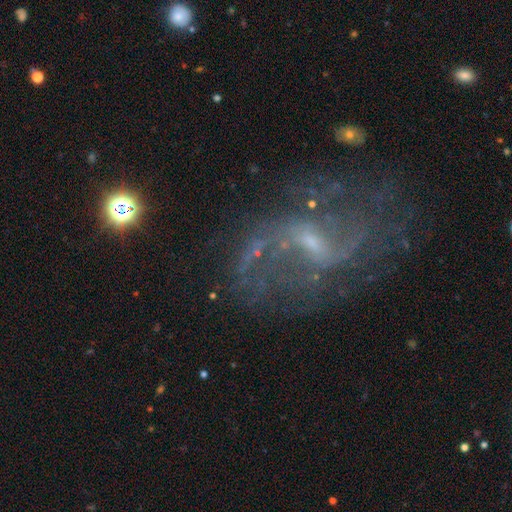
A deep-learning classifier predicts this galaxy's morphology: Smooth or featured?
  - featured or disk: 82% *
  - star or artifact: 11%
  - smooth: 7%
Edge-on disk?
  - no: 97% *
  - yes: 3%
Bar?
  - weak: 57% *
  - no: 25%
  - strong: 18%
Spiral arms?
  - yes: 87% *
  - no: 13%
Spiral winding?
  - loose: 65% *
  - medium: 26%
  - tight: 8%
Spiral arm count?
  - 2: 70% *
  - can't tell: 14%
  - 1: 5%
  - 3: 5%
  - 4: 3%
  - more than 4: 3%
Bulge size?
  - small: 67% *
  - moderate: 19%
  - none: 11%
  - large: 1%
  - dominant: 1%
Merging?
  - none: 59% *
  - major disturbance: 20%
  - minor disturbance: 18%
  - merger: 4%